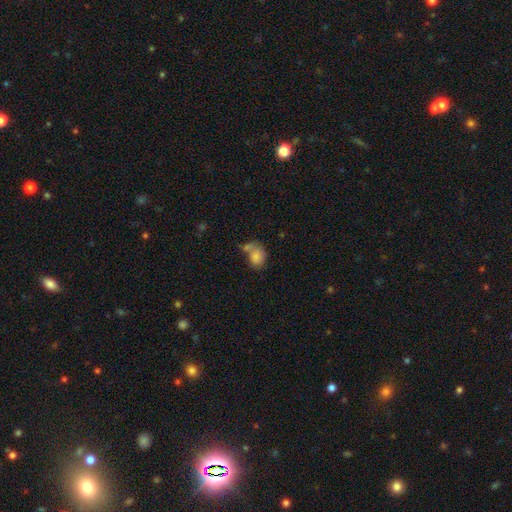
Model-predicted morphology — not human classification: type=smooth (81%); roundness=in between (62%); merging=none (37%).